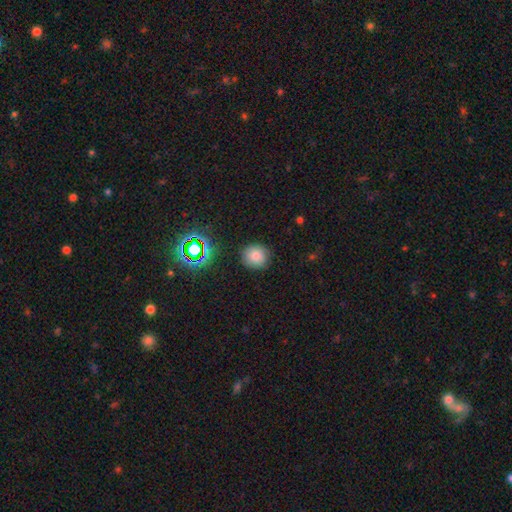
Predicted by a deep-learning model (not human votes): A smooth galaxy with no disk features (77%) that is round (88%). Merging: none (87%).